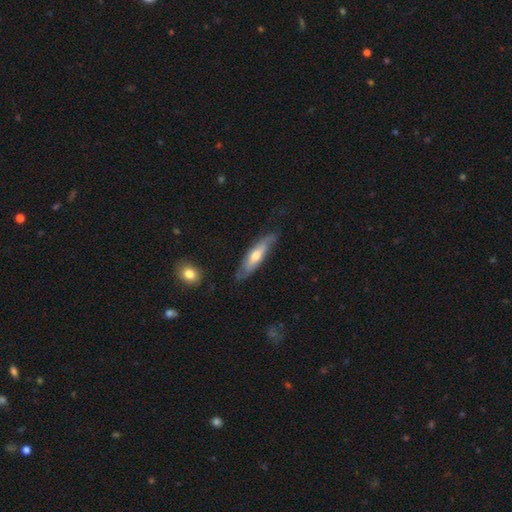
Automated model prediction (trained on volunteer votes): smooth_or_featured: featured or disk (p=0.50) [alt: smooth p=0.45]
merging: none (p=0.70) [alt: minor disturbance p=0.23]